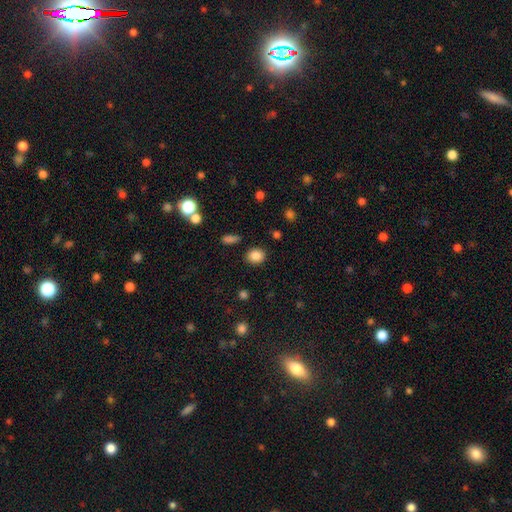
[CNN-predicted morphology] smooth_or_featured: smooth (p=0.85) [alt: star or artifact p=0.10]
how_rounded: round (p=0.65) [alt: in between p=0.33]
merging: none (p=0.86) [alt: minor disturbance p=0.09]